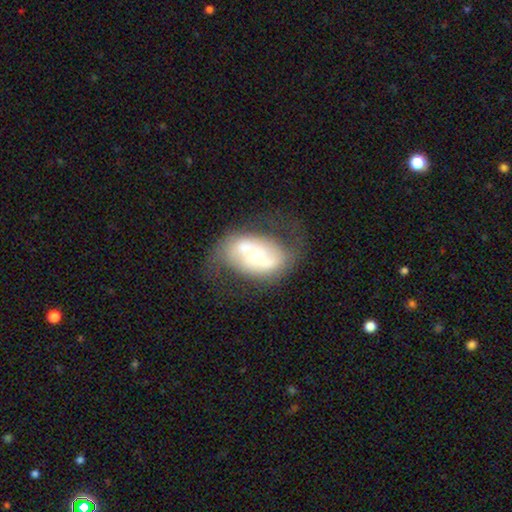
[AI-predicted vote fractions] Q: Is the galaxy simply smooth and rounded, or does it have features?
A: featured or disk — 65%.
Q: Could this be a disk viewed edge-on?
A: no — 94%.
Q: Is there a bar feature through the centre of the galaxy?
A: no — 53%.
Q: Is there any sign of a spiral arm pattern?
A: yes — 60%.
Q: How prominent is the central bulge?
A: moderate — 66%.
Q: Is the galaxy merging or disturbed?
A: none — 54%.